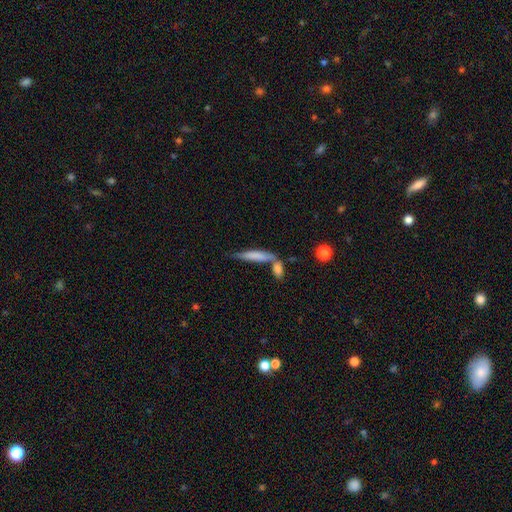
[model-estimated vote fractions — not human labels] A smooth galaxy with no disk features (70%) that is cigar-shaped (79%).

Vote fractions:
- Smooth or featured? smooth: 70% / featured or disk: 23% / star or artifact: 7%
- How rounded? cigar-shaped: 79% / in between: 19% / round: 2%
- Merging? none: 41% / merger: 38% / minor disturbance: 15% / major disturbance: 7%